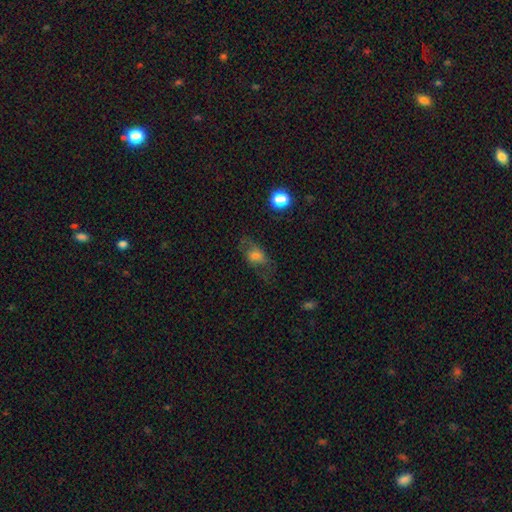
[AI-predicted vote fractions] Q: Smooth or featured?
A: smooth (60%); runner-up: featured or disk (28%)
Q: How rounded?
A: in between (79%); runner-up: round (17%)
Q: Merging?
A: none (54%); runner-up: minor disturbance (23%)